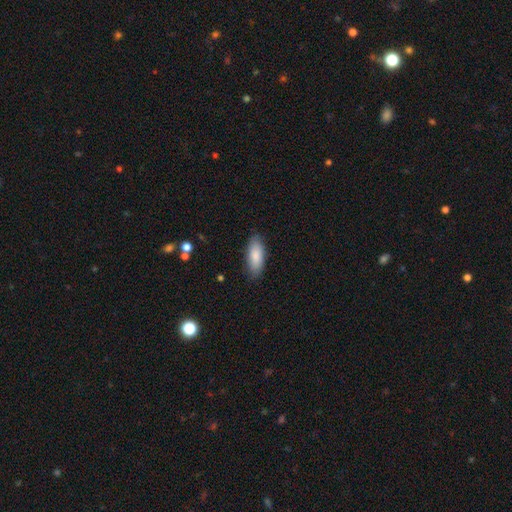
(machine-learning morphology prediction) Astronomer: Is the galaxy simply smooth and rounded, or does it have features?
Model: smooth — 85%.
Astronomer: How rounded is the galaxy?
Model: in between — 79%.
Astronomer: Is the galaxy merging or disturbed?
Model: none — 85%.